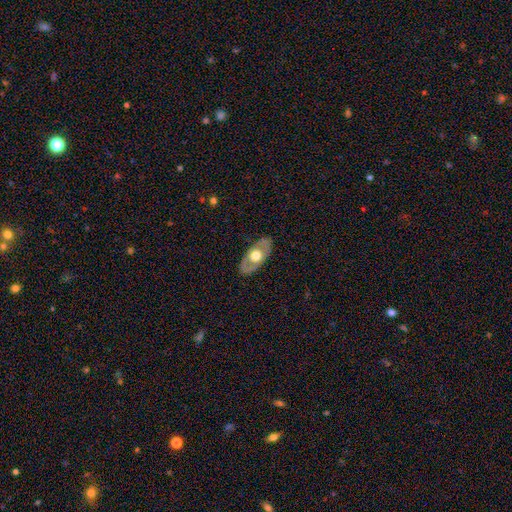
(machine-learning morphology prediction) A featured or disk galaxy (53%). Merging: none (84%).